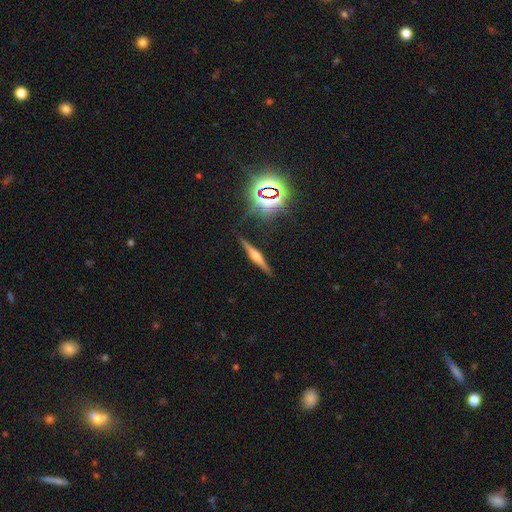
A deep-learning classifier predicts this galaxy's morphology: The model was most divided on "smooth or featured": featured or disk: 63%, smooth: 21%, star or artifact: 15%. More confident: edge-on disk — yes (97%); merging — none (89%); edge-on bulge — rounded (84%).